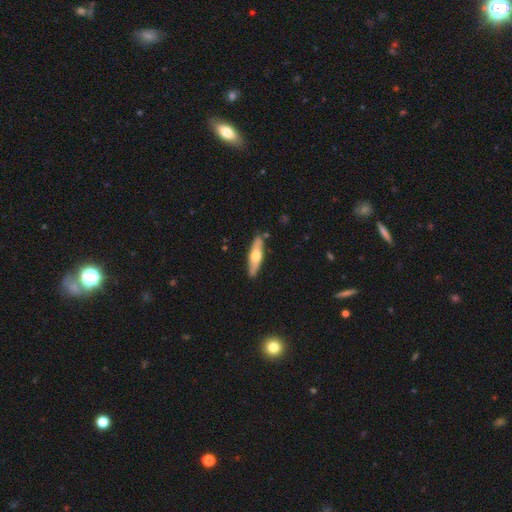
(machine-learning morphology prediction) Q: Smooth or featured?
A: featured or disk (49%); runner-up: smooth (46%)
Q: Merging?
A: none (87%); runner-up: minor disturbance (10%)